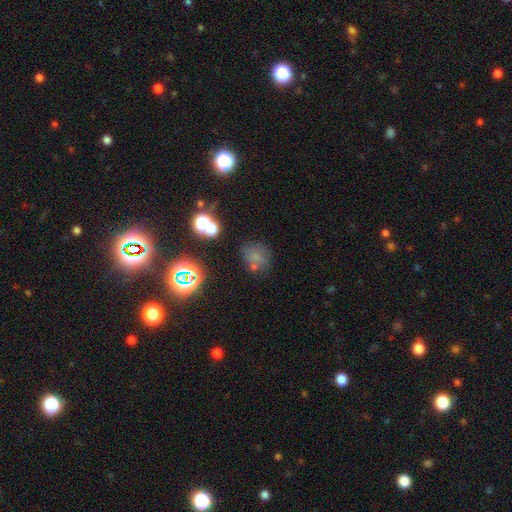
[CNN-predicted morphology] smooth 61%, star or artifact 27%, featured or disk 13%. Down the decision tree: how rounded — round (69%); merging — none (60%).